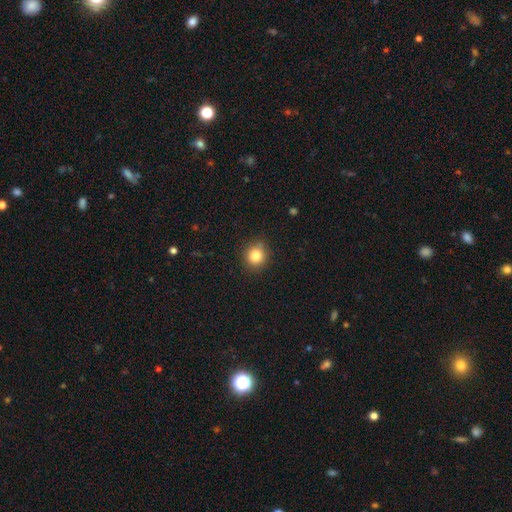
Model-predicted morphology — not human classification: A smooth galaxy with no disk features (83%) that is round (87%). Merging: none (84%).